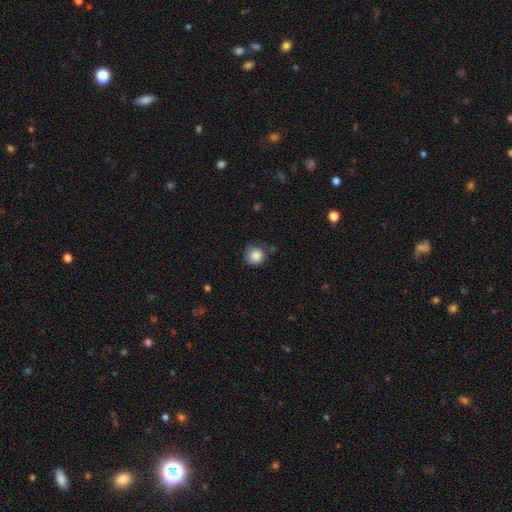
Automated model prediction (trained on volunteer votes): Smooth or featured: smooth — 87% (star or artifact — 9%)
How rounded: round — 91% (in between — 9%)
Merging: none — 70% (minor disturbance — 22%)